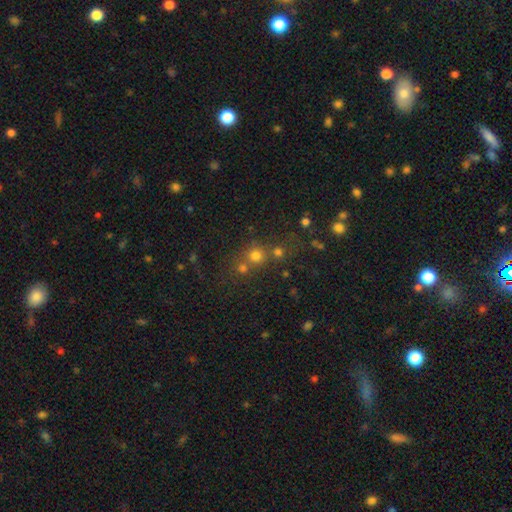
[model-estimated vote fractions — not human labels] Morphology: type=smooth (69%); roundness=round (89%); merging=none (60%).